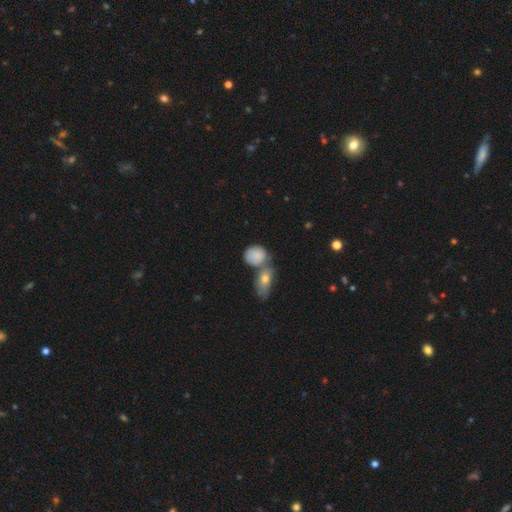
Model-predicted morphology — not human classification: type=smooth (79%); roundness=round (53%); merging=merger (43%).